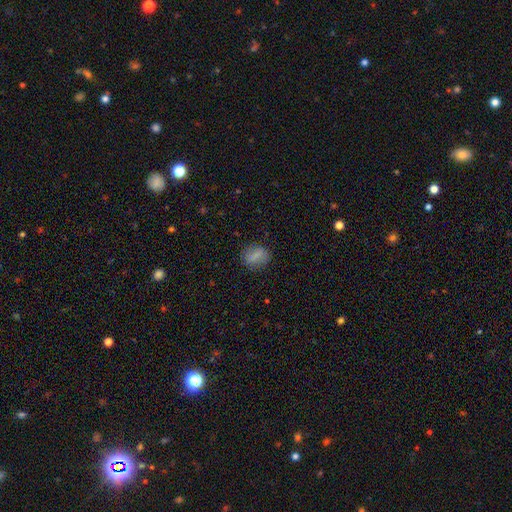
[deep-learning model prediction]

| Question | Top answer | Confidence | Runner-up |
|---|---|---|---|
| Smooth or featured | smooth | 74% | featured or disk (16%) |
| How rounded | in between | 54% | round (43%) |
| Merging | none | 80% | minor disturbance (14%) |